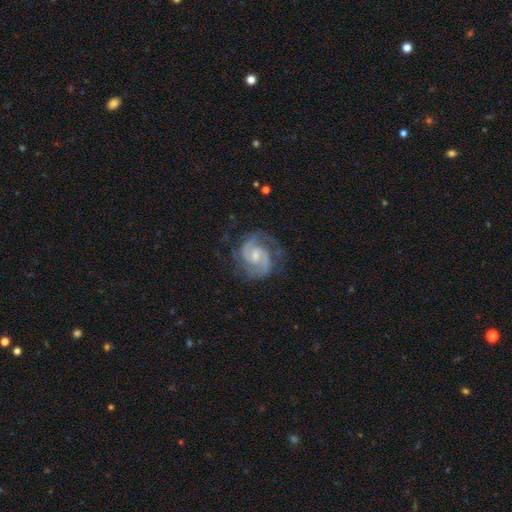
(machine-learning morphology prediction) Overall: featured or disk (91%). Edge-on disk: no (98%). Bar: no (47%; weak 44%). Spiral arms: yes (98%). Spiral arm count: 2 (87%). Spiral winding: medium (52%; tight 38%). Bulge size: small (60%; moderate 34%). Merging: none (73%).